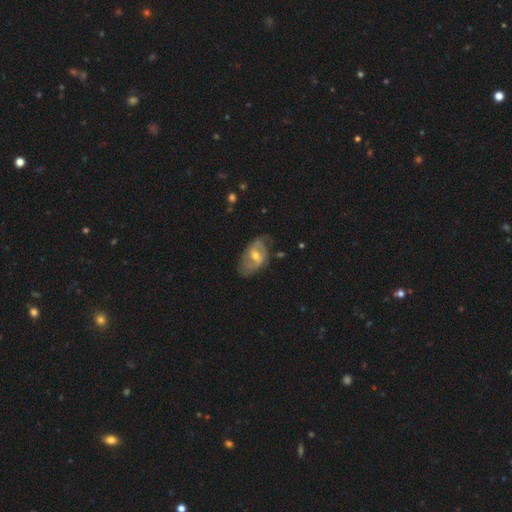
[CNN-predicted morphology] featured or disk 72%, smooth 22%, star or artifact 6%. Down the decision tree: edge-on disk — no (95%); bar — weak (52%); spiral arms — yes (80%); spiral arm count — 2 (77%); spiral winding — medium (43%); bulge size — moderate (63%); merging — none (61%).